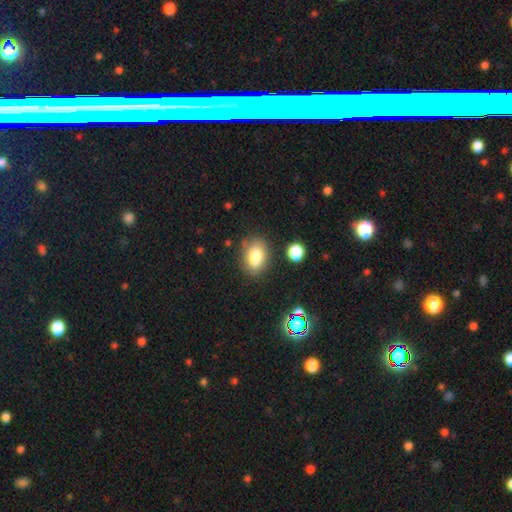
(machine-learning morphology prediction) A smooth galaxy with no disk features (81%) that is in between round and cigar-shaped (82%). Merging: none (70%).